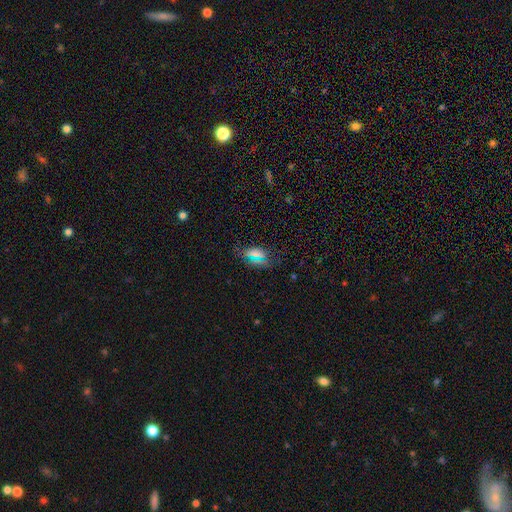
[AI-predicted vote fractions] Overall: smooth (62%; star or artifact 28%). How rounded: in between (83%). Merging: none (75%).